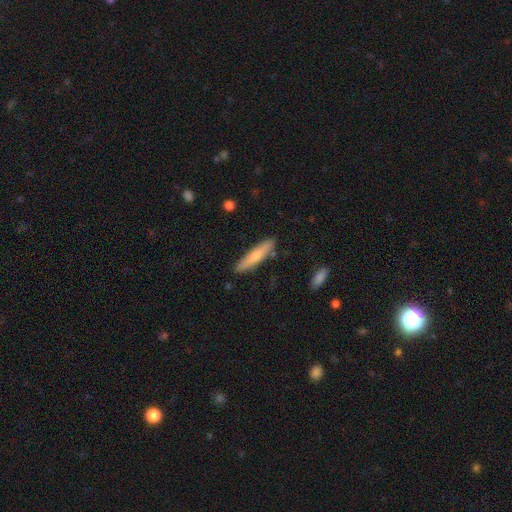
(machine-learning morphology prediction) smooth-or-featured: smooth: 67% | featured or disk: 28% | star or artifact: 5%
  how-rounded: cigar-shaped: 87% | in between: 12% | round: 1%
  merging: none: 86% | minor disturbance: 10% | merger: 2% | major disturbance: 2%